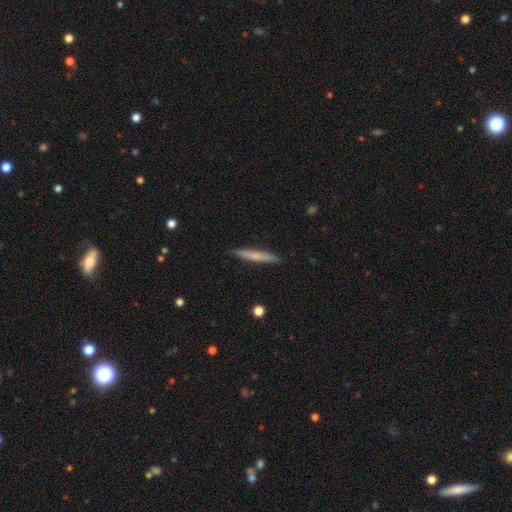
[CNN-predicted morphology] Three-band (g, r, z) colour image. It shows a smooth galaxy with no disk features (65%) that is cigar-shaped (95%). Merging: none (90%).